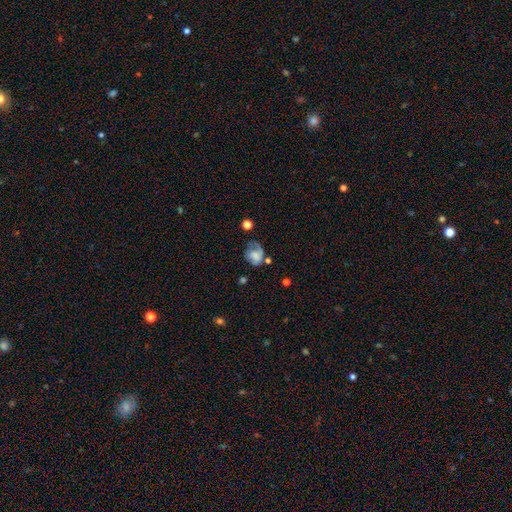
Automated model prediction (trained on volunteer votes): Overall: smooth (50%; featured or disk 40%). Merging: none (33%; major disturbance 31%).